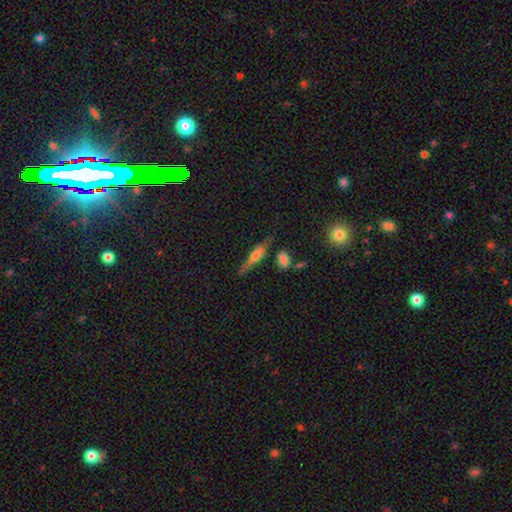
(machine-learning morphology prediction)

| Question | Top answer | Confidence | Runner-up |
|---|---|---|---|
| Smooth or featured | smooth | 50% | featured or disk (41%) |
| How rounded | cigar-shaped | 72% | in between (25%) |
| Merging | none | 62% | minor disturbance (22%) |